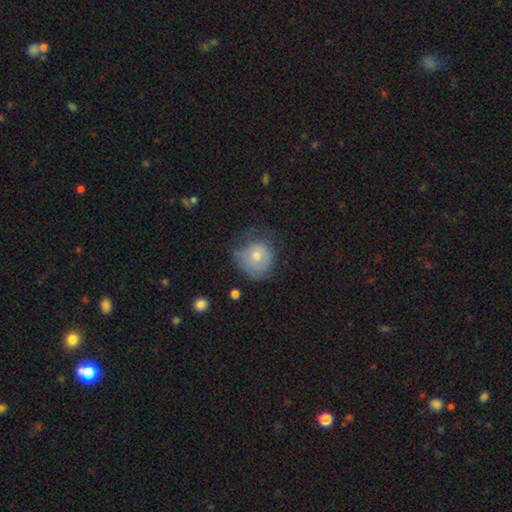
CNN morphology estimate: The model was most divided on "merging": none: 53%, minor disturbance: 31%, major disturbance: 14%, merger: 2%. More confident: how rounded — round (85%); smooth or featured — smooth (64%).